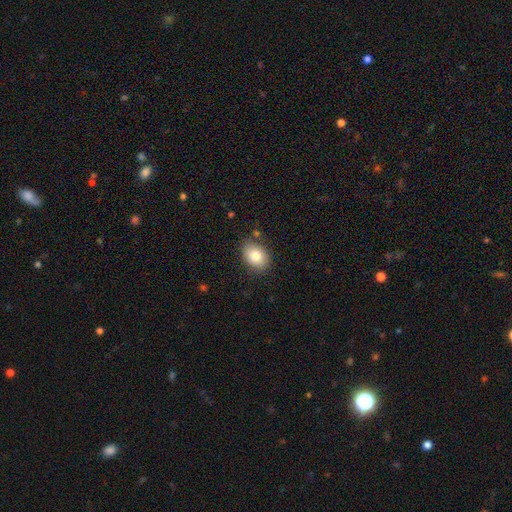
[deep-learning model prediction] Smooth or featured? Predicted: smooth (p=0.82). How rounded? Predicted: in between (p=0.75). Merging? Predicted: none (p=0.82).